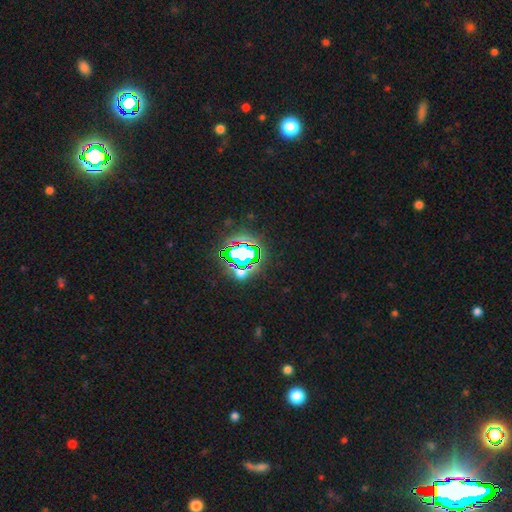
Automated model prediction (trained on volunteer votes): This appears to be a star or artifact, not a galaxy (84%).